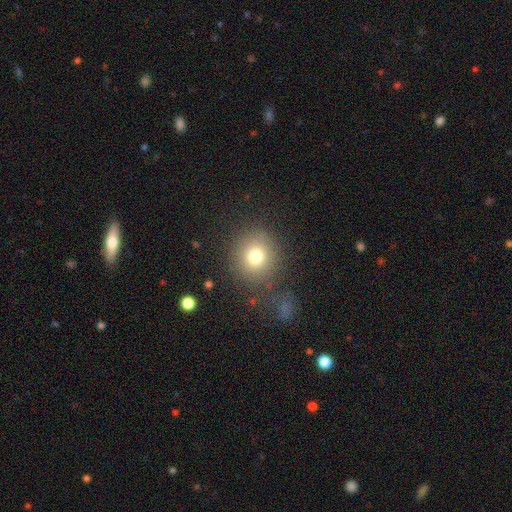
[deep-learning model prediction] This appears to be a smooth galaxy with no disk features (71%) that is round (89%). Merging: none (81%).